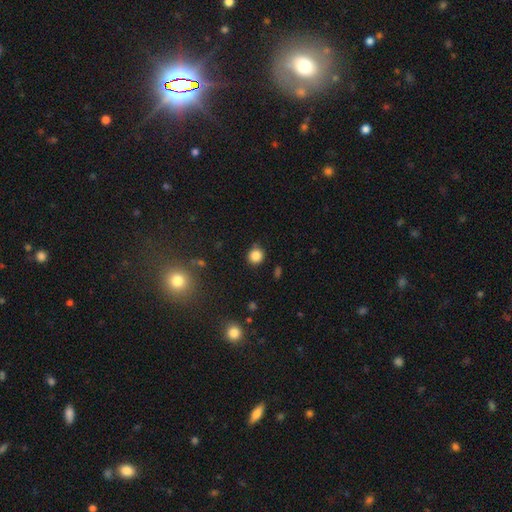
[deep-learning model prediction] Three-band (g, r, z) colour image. It shows a smooth galaxy with no disk features (84%) that is round (88%). Merging: none (84%).